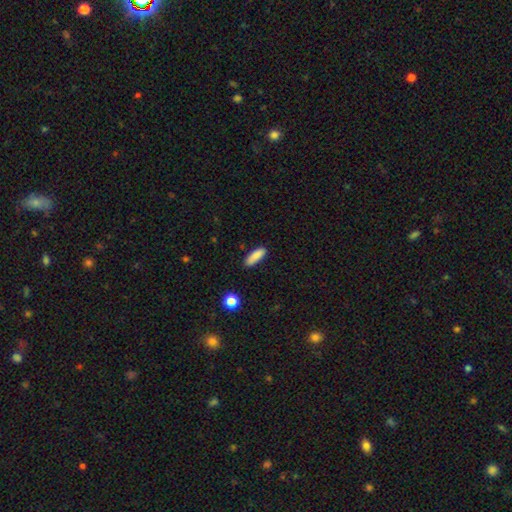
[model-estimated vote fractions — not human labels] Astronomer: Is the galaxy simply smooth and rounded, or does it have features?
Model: smooth — 86%.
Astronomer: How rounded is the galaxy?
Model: in between — 53% (runner-up: cigar-shaped, 45%).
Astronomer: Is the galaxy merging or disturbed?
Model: none — 80%.